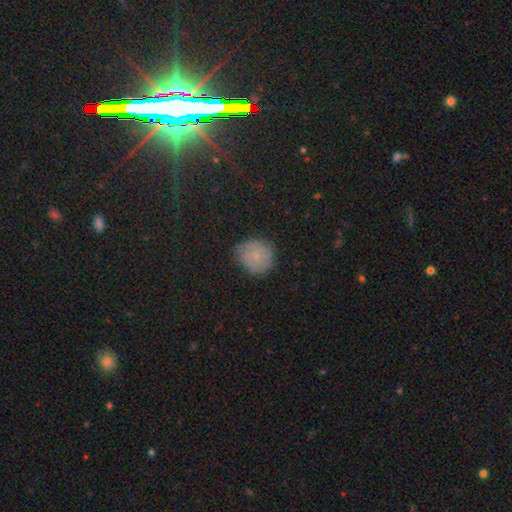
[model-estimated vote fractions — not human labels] A smooth galaxy with no disk features (57%) that is round (83%).

Vote fractions:
- Smooth or featured? smooth: 57% / featured or disk: 29% / star or artifact: 14%
- How rounded? round: 83% / in between: 16% / cigar-shaped: 1%
- Merging? none: 72% / minor disturbance: 22% / major disturbance: 5% / merger: 1%